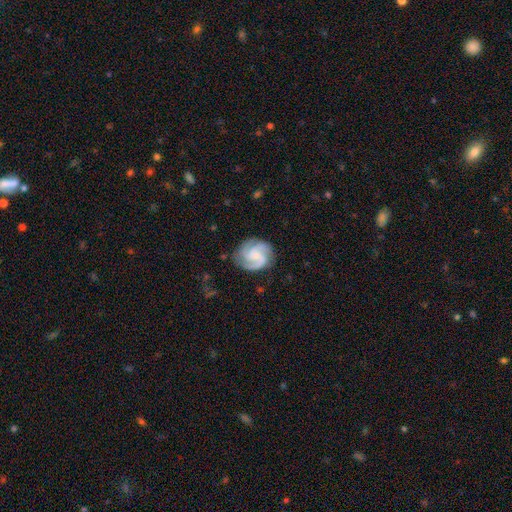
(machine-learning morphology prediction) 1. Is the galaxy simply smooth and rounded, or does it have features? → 85% featured or disk, 10% smooth, 5% star or artifact.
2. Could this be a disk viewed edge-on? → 98% no, 2% yes.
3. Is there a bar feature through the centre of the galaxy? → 59% no, 34% weak, 7% strong.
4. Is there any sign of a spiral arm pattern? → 98% yes, 2% no.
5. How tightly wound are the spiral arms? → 49% medium, 39% tight, 12% loose.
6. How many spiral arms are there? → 62% 3, 18% 2, 7% 4, 6% can't tell, 4% 1, 3% more than 4.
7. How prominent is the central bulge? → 50% small, 25% none, 20% moderate, 4% large, 1% dominant.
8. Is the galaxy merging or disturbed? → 79% none, 14% minor disturbance, 6% major disturbance, 1% merger.